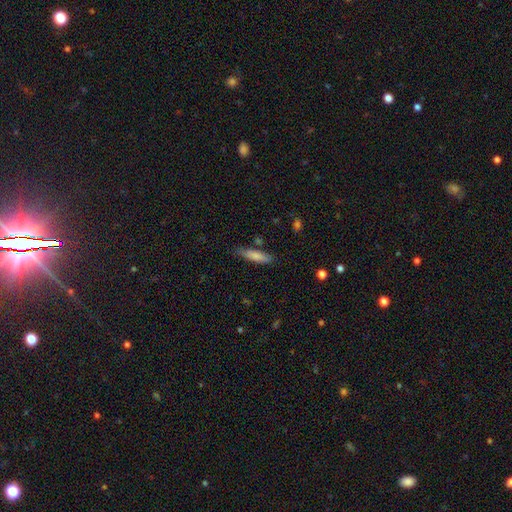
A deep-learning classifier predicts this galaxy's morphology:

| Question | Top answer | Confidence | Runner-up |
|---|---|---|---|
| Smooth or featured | smooth | 78% | featured or disk (15%) |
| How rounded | cigar-shaped | 78% | in between (21%) |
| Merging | none | 76% | minor disturbance (17%) |